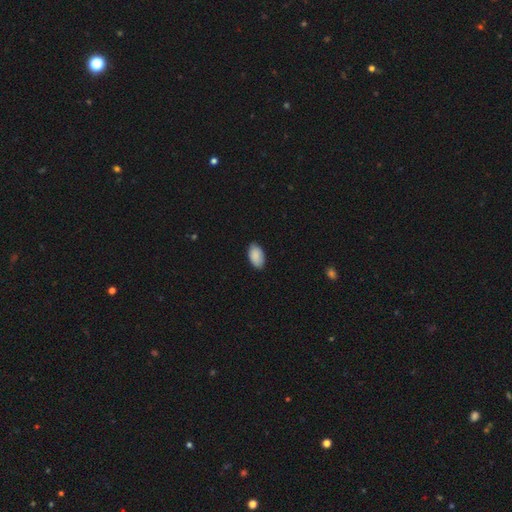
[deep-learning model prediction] Smooth or featured: smooth — 90% (star or artifact — 6%)
How rounded: in between — 95% (round — 4%)
Merging: none — 84% (minor disturbance — 13%)